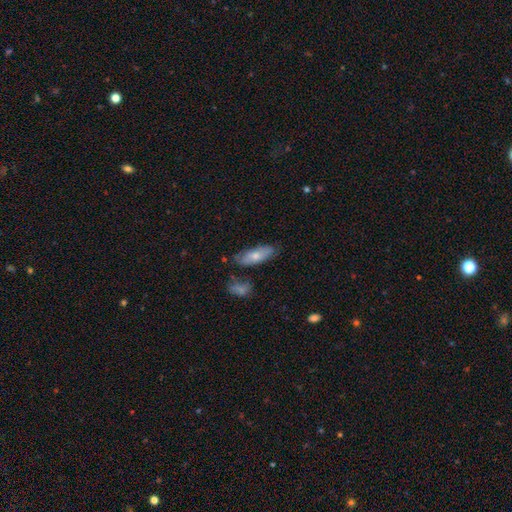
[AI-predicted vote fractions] This appears to be a smooth galaxy with no disk features (65%) that is in between round and cigar-shaped (69%). Merging: none (69%).